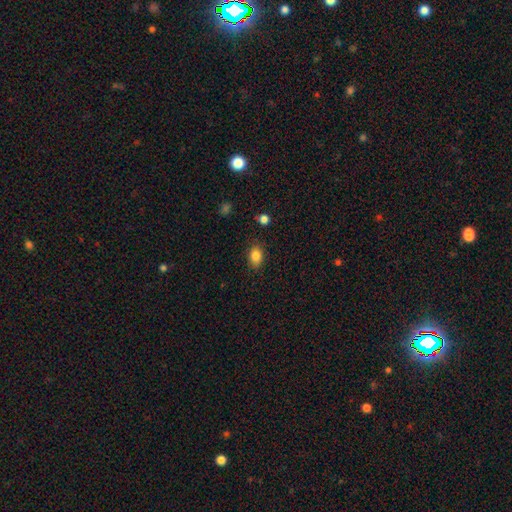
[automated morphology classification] The model was most divided on "how rounded": in between: 74%, round: 25%, cigar-shaped: 1%. More confident: smooth or featured — smooth (85%); merging — none (84%).